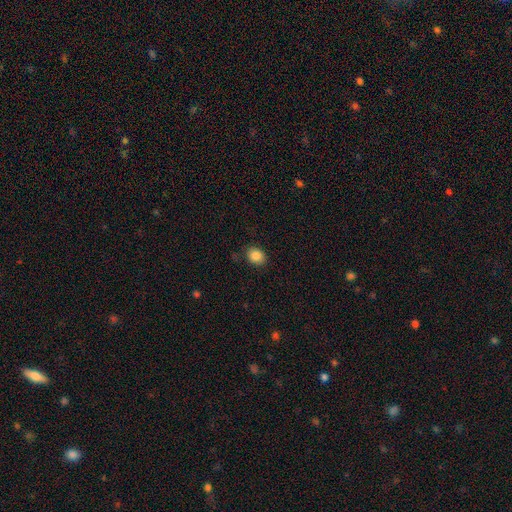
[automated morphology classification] Smooth or featured: smooth — 86% (star or artifact — 9%)
How rounded: round — 53% (in between — 46%)
Merging: none — 84% (minor disturbance — 11%)